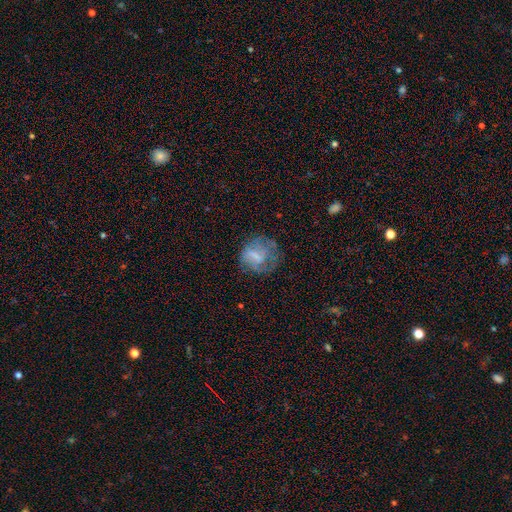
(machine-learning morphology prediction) Smooth or featured? featured or disk (46%)
Merging? none (48%)